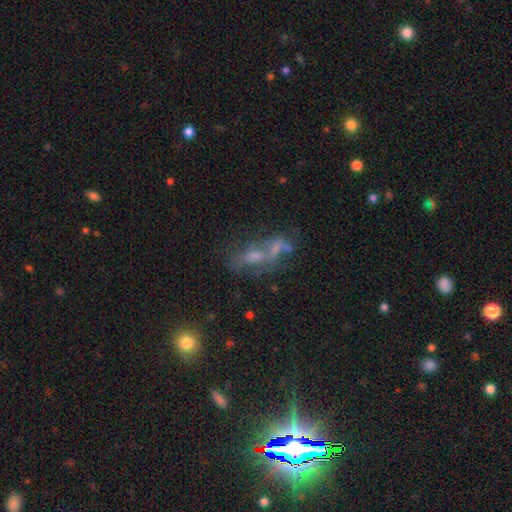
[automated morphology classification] This appears to be a star or artifact, not a galaxy (40%).